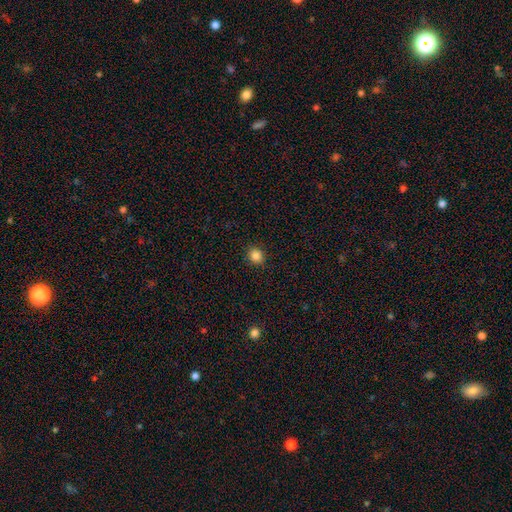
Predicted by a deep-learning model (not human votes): Smooth or featured?
  - smooth: 85% *
  - star or artifact: 12%
  - featured or disk: 4%
How rounded?
  - round: 77% *
  - in between: 23%
  - cigar-shaped: 1%
Merging?
  - none: 91% *
  - minor disturbance: 6%
  - major disturbance: 2%
  - merger: 1%